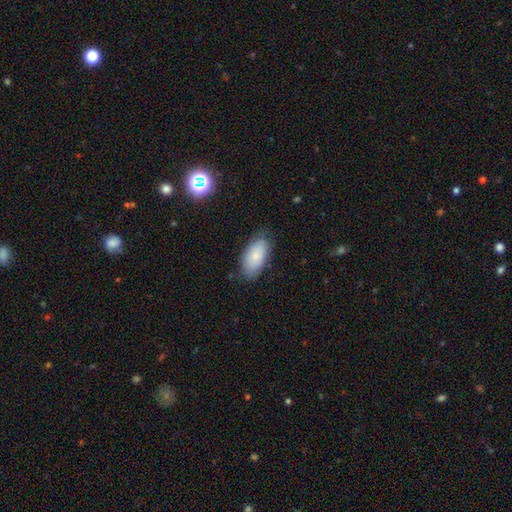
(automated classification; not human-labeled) smooth_or_featured: smooth (p=0.81) [alt: featured or disk p=0.13]
how_rounded: in between (p=0.94) [alt: cigar-shaped p=0.03]
merging: none (p=0.76) [alt: minor disturbance p=0.19]